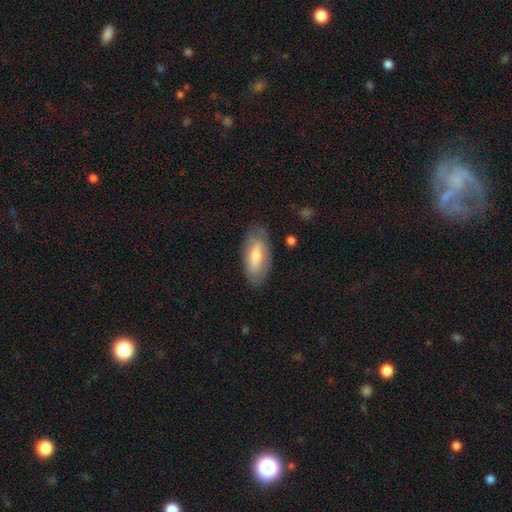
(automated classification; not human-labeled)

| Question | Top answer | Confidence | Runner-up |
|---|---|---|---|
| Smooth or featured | smooth | 63% | featured or disk (31%) |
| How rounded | in between | 85% | cigar-shaped (13%) |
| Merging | none | 81% | minor disturbance (14%) |